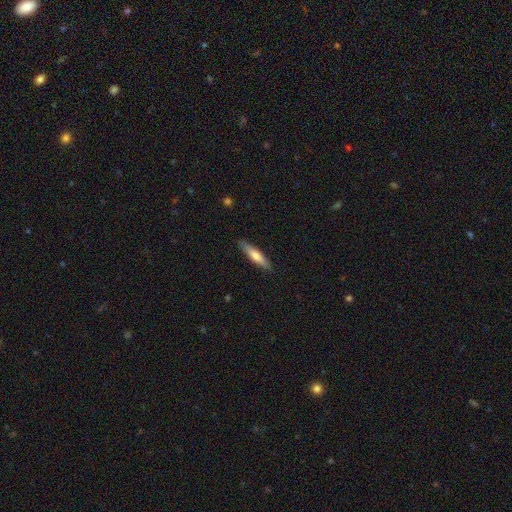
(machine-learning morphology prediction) smooth 63%, featured or disk 32%, star or artifact 5%. Down the decision tree: how rounded — cigar-shaped (85%); merging — none (89%).